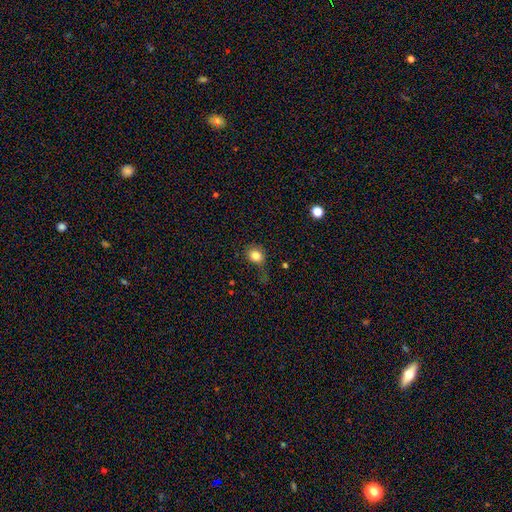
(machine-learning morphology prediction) Smooth or featured? Predicted: smooth (p=0.82). How rounded? Predicted: round (p=0.65). Merging? Predicted: none (p=0.57).